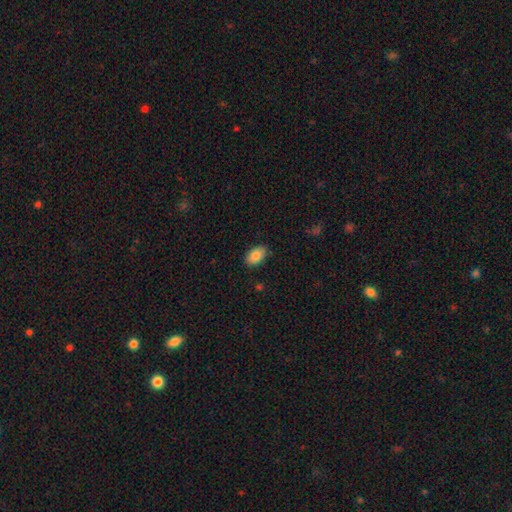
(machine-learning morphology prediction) A smooth galaxy with no disk features (84%) that is in between round and cigar-shaped (91%). Merging: none (85%).